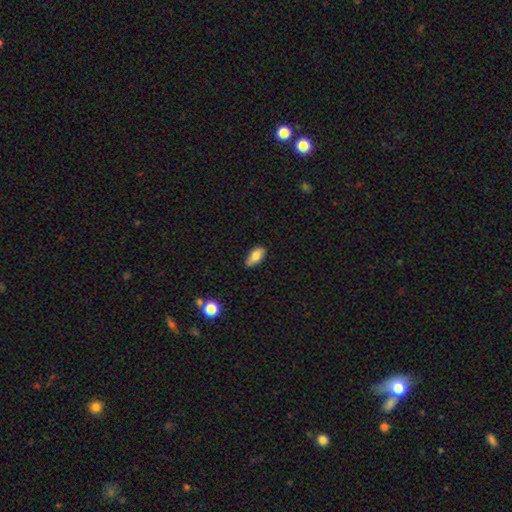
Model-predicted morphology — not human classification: This appears to be a smooth galaxy with no disk features (79%) that is in between round and cigar-shaped (88%). Merging: none (75%).